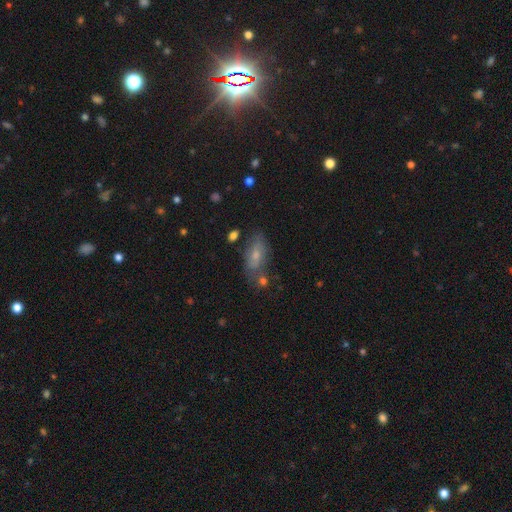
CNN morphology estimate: Smooth or featured: smooth — 60% (featured or disk — 29%)
How rounded: in between — 81% (cigar-shaped — 14%)
Merging: none — 62% (minor disturbance — 21%)